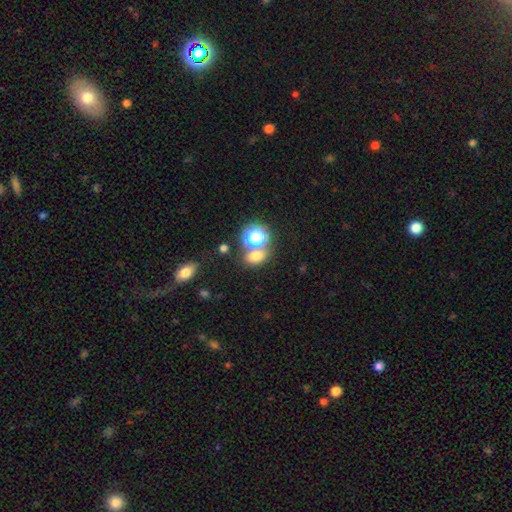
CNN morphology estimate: smooth-or-featured: smooth: 67% | star or artifact: 24% | featured or disk: 9%
  how-rounded: in between: 53% | round: 45% | cigar-shaped: 2%
  merging: none: 59% | merger: 27% | minor disturbance: 10% | major disturbance: 4%